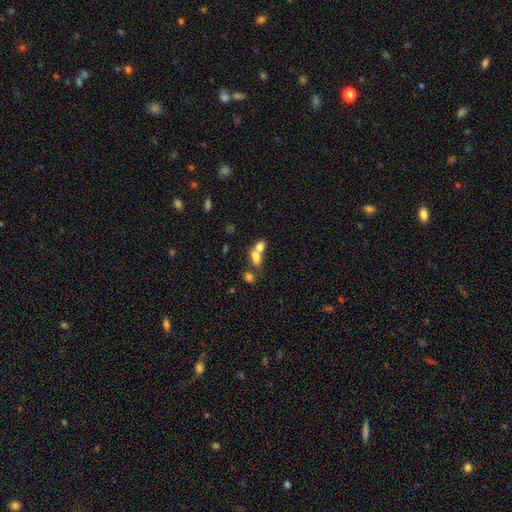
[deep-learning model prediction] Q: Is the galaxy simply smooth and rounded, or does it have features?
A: smooth — 71%.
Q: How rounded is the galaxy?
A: in between — 65%.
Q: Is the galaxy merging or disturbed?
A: merger — 66%.